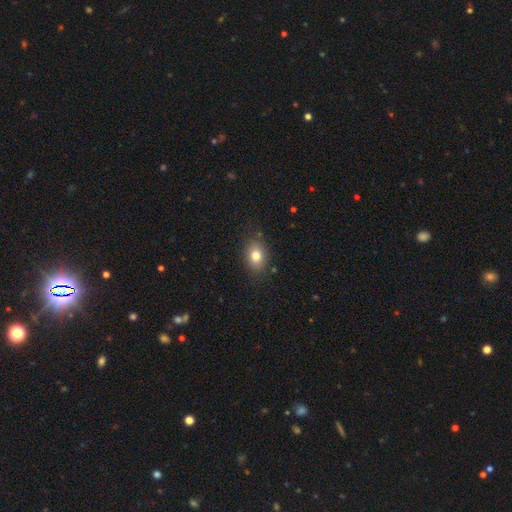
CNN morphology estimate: type=smooth (79%); roundness=in between (72%); merging=none (83%).